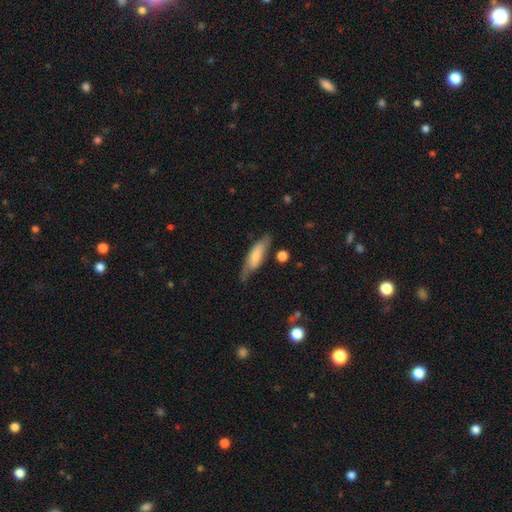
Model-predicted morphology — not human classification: type=smooth (61%); roundness=cigar-shaped (54%); merging=none (65%).